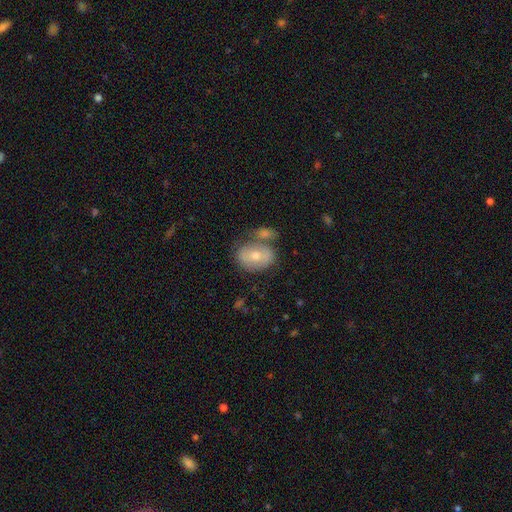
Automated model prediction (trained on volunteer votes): Smooth or featured: smooth — 59% (featured or disk — 34%)
How rounded: in between — 65% (round — 34%)
Merging: none — 48% (merger — 29%)